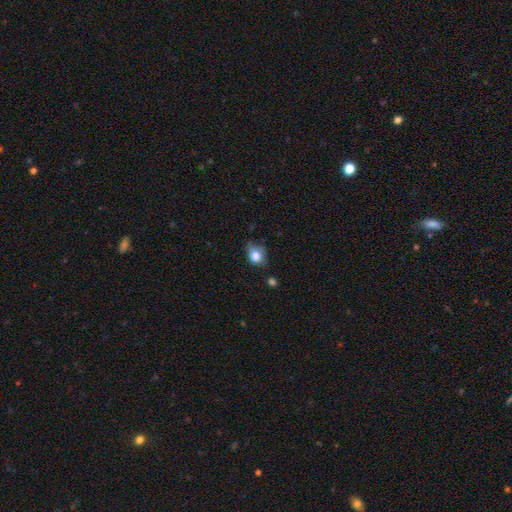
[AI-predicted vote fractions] Smooth or featured? Predicted: smooth (p=0.78). How rounded? Predicted: round (p=0.50). Merging? Predicted: none (p=0.45).